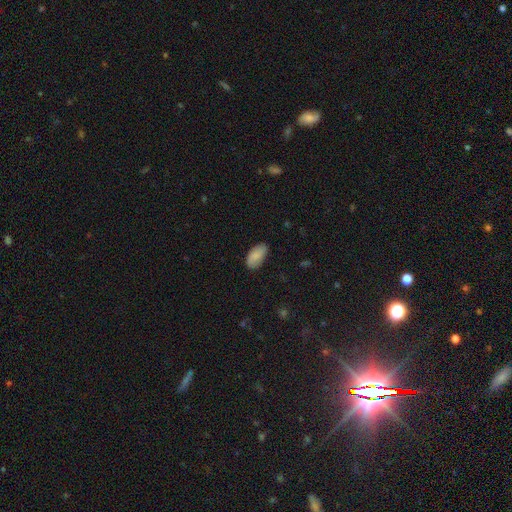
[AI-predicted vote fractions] This appears to be a smooth galaxy with no disk features (84%) that is in between round and cigar-shaped (95%). Merging: none (79%).